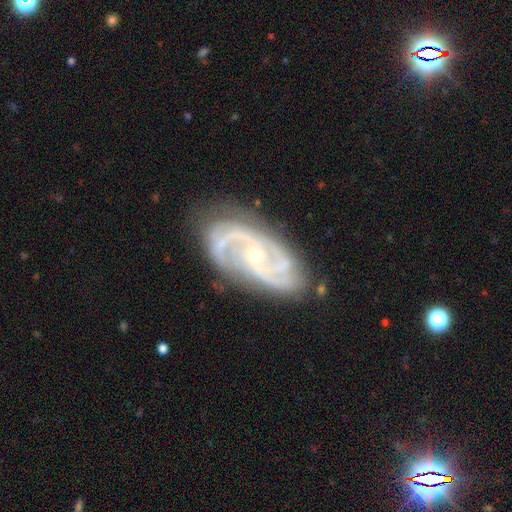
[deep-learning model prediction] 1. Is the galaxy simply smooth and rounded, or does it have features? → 90% featured or disk, 6% star or artifact, 5% smooth.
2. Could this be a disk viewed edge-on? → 96% no, 4% yes.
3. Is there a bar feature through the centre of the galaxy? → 62% no, 29% weak, 10% strong.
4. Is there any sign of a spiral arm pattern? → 98% yes, 2% no.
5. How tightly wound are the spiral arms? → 45% medium, 44% tight, 11% loose.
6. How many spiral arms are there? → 45% 2, 27% 3, 13% can't tell, 7% 4, 4% more than 4, 4% 1.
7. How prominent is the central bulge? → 64% small, 33% moderate, 1% large, 1% none, 1% dominant.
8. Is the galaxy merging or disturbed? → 75% none, 17% minor disturbance, 6% major disturbance, 2% merger.